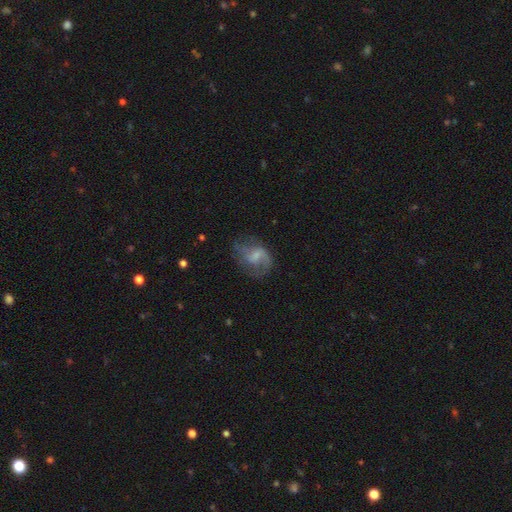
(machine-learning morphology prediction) smooth-or-featured: featured or disk: 65% | smooth: 27% | star or artifact: 8%
  disk-edge-on: no: 97% | yes: 3%
    bar: weak: 54% | no: 33% | strong: 13%
    has-spiral-arms: yes: 85% | no: 15%
      spiral-winding: loose: 46% | medium: 41% | tight: 13%
      spiral-arm-count: 2: 62% | 1: 21% | can't tell: 12% | 3: 3% | 4: 1% | more than 4: 1%
    bulge-size: small: 41% | moderate: 29% | none: 25% | large: 4% | dominant: 1%
  merging: none: 54% | minor disturbance: 23% | major disturbance: 21% | merger: 2%